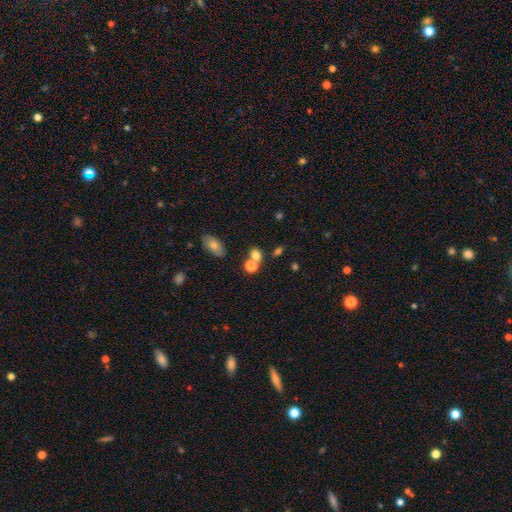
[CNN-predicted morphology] A smooth galaxy with no disk features (75%) that is in between round and cigar-shaped (50%).

Vote fractions:
- Smooth or featured? smooth: 75% / star or artifact: 14% / featured or disk: 11%
- How rounded? in between: 50% / round: 48% / cigar-shaped: 2%
- Merging? none: 51% / merger: 35% / minor disturbance: 10% / major disturbance: 4%